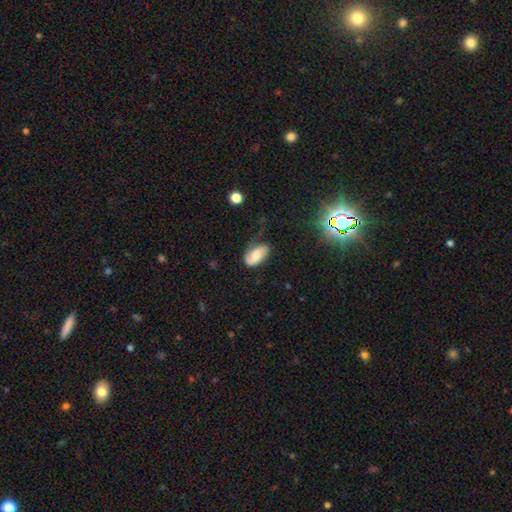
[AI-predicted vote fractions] The model was most divided on "smooth or featured": smooth: 51%, featured or disk: 41%, star or artifact: 9%. More confident: how rounded — in between (92%); merging — none (52%).